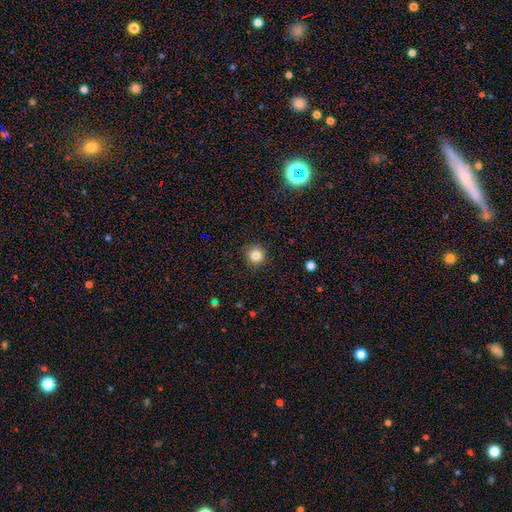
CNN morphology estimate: This is clearly a smooth galaxy (82%). How rounded: clearly round (93%). Merging: clearly none (87%).